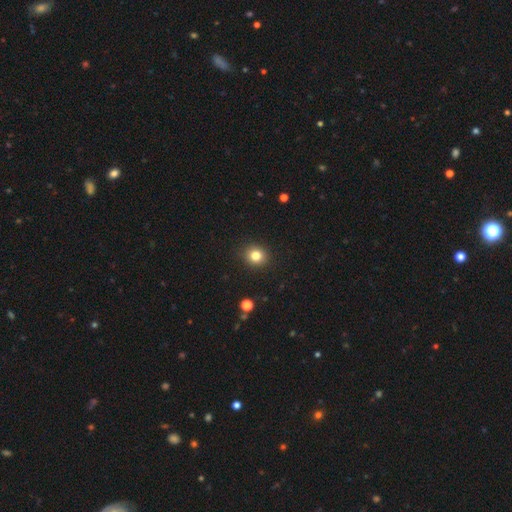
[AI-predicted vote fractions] A smooth galaxy with no disk features (82%) that is round (85%).

Vote fractions:
- Smooth or featured? smooth: 82% / star or artifact: 12% / featured or disk: 6%
- How rounded? round: 85% / in between: 14% / cigar-shaped: 1%
- Merging? none: 91% / minor disturbance: 6% / major disturbance: 2% / merger: 1%